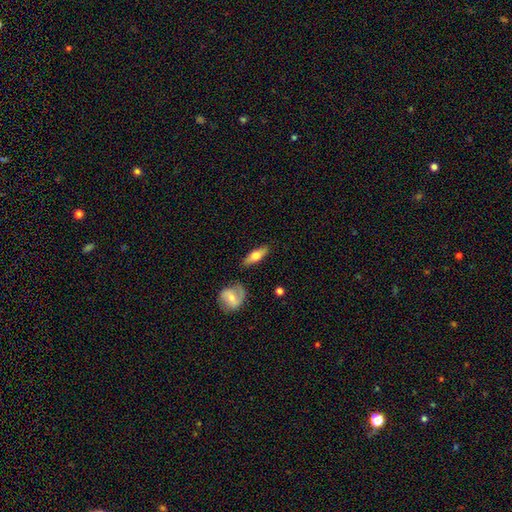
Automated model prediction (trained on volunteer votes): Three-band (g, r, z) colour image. It shows a smooth galaxy with no disk features (54%) that is in between round and cigar-shaped (55%). Merging: none (77%).